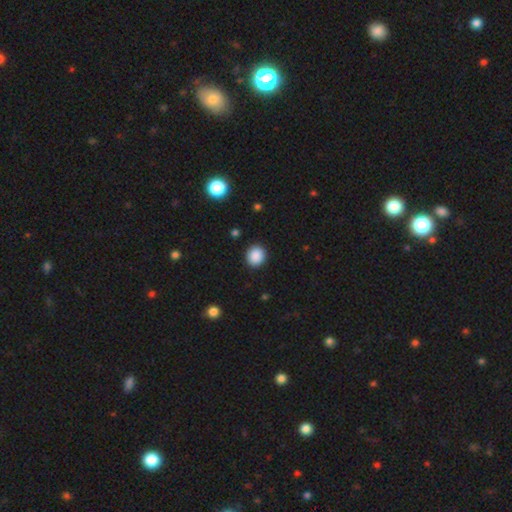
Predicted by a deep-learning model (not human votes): smooth_or_featured: smooth (p=0.88) [alt: star or artifact p=0.09]
how_rounded: round (p=0.80) [alt: in between p=0.19]
merging: none (p=0.91) [alt: minor disturbance p=0.06]